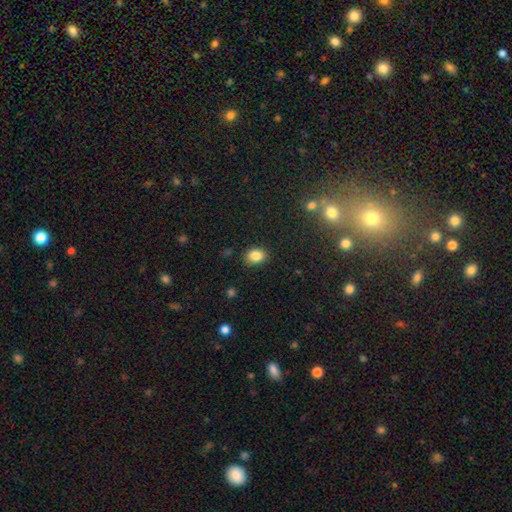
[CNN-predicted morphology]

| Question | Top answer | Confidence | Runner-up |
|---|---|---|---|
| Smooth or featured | smooth | 84% | star or artifact (10%) |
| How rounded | in between | 61% | round (38%) |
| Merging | none | 83% | minor disturbance (13%) |